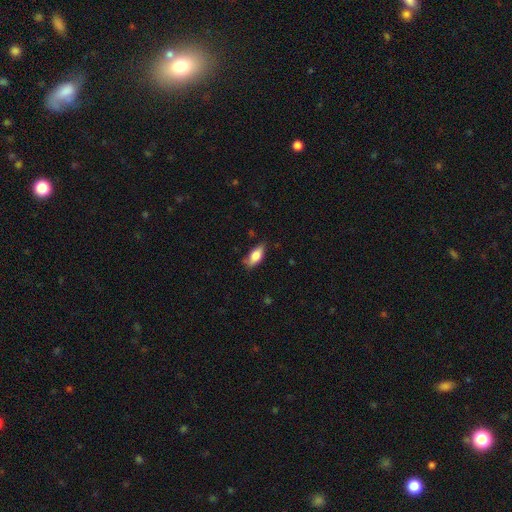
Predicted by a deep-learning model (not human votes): A smooth galaxy with no disk features (71%) that is in between round and cigar-shaped (82%).

Vote fractions:
- Smooth or featured? smooth: 71% / featured or disk: 22% / star or artifact: 7%
- How rounded? in between: 82% / cigar-shaped: 15% / round: 3%
- Merging? none: 68% / minor disturbance: 24% / major disturbance: 5% / merger: 2%